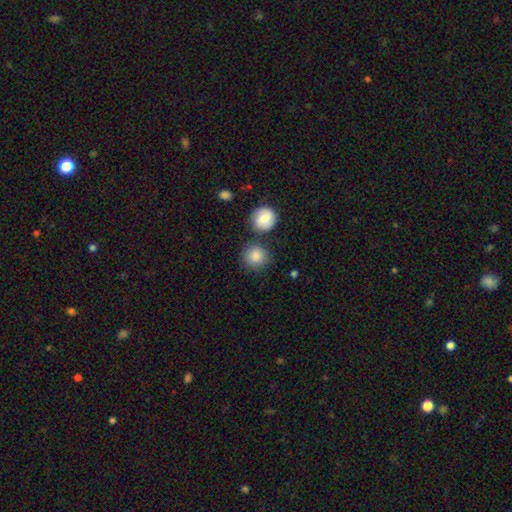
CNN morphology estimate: Smooth or featured?
  - smooth: 86% *
  - star or artifact: 7%
  - featured or disk: 6%
How rounded?
  - round: 91% *
  - in between: 8%
  - cigar-shaped: 1%
Merging?
  - none: 75% *
  - merger: 11%
  - minor disturbance: 10%
  - major disturbance: 3%